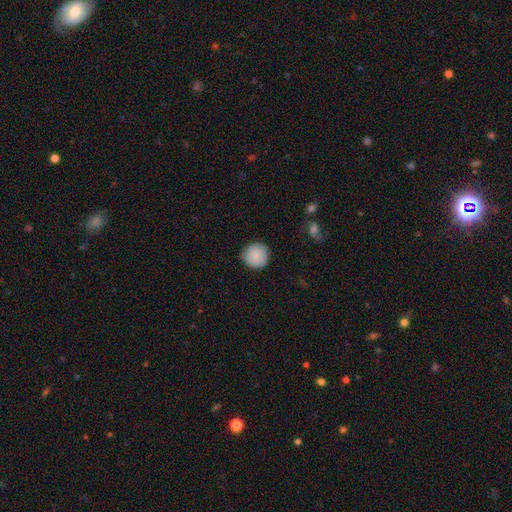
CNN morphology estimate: smooth 86%, featured or disk 8%, star or artifact 7%. Down the decision tree: how rounded — round (93%); merging — none (84%).